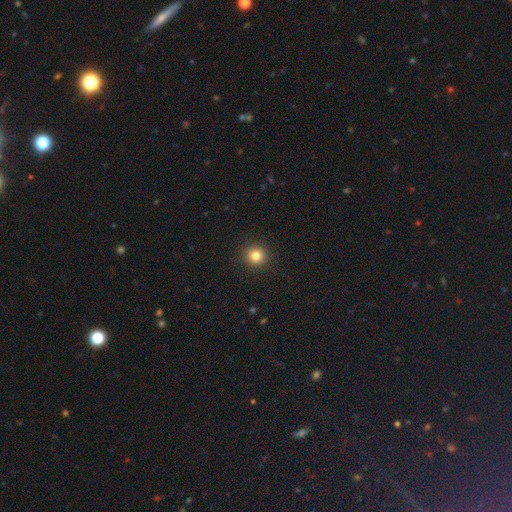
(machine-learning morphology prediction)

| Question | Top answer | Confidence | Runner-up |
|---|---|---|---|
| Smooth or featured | smooth | 82% | star or artifact (13%) |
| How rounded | round | 94% | in between (5%) |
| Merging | none | 92% | minor disturbance (5%) |